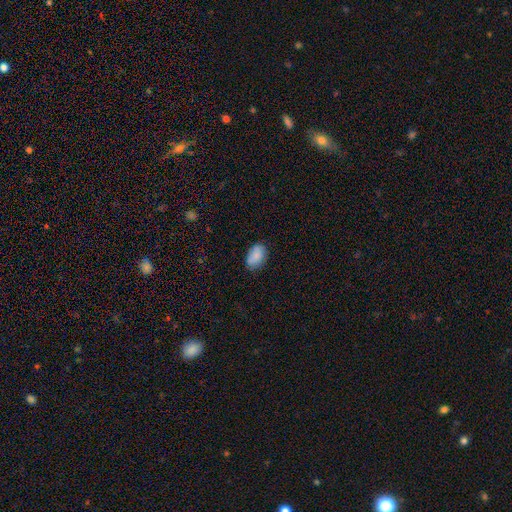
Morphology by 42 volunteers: Smooth or featured: smooth — 88% (featured or disk — 7%)
How rounded: in between — 92% (round — 8%)
Merging: none — 82% (minor disturbance — 12%)